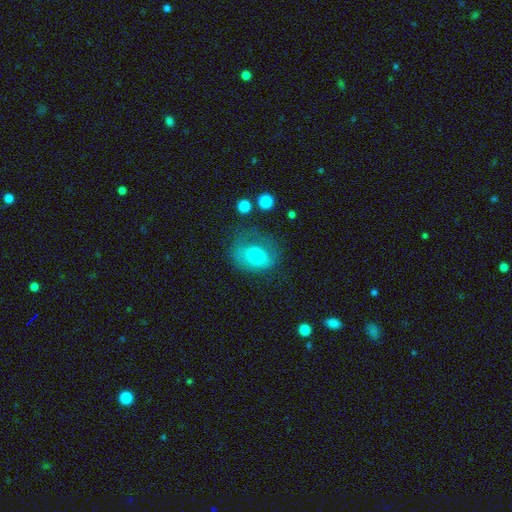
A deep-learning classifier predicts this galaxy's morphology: Smooth or featured? Predicted: smooth (p=0.65). How rounded? Predicted: in between (p=0.52). Merging? Predicted: none (p=0.45).